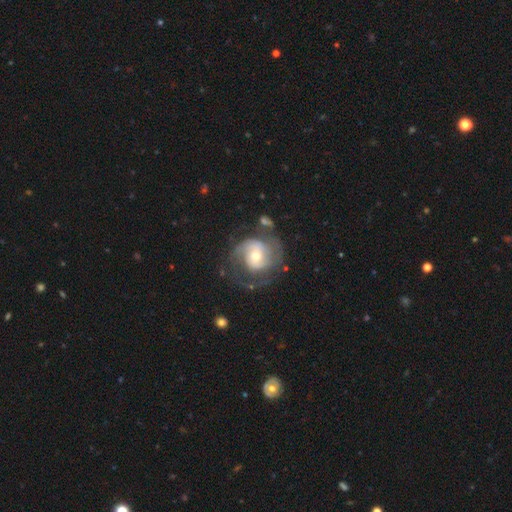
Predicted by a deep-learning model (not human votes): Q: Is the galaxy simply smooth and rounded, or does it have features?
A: featured or disk — 77%.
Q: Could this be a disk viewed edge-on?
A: no — 97%.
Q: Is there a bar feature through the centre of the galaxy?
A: no — 57%.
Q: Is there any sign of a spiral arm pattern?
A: yes — 88%.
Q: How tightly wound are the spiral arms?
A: medium — 42%.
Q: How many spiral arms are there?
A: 2 — 59%.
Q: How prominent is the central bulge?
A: moderate — 56%.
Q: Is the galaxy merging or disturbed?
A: none — 53%.